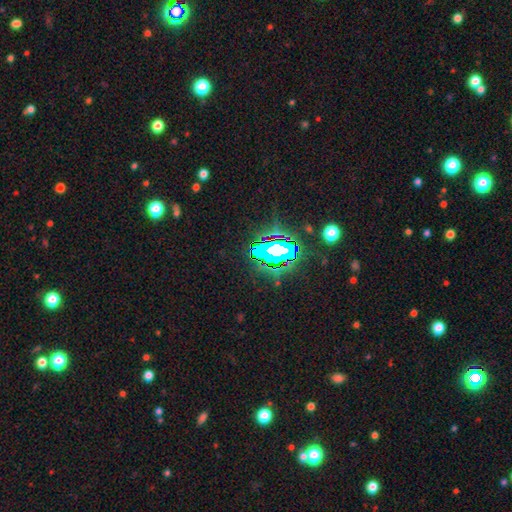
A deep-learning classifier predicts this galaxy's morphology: Q: Smooth or featured?
A: star or artifact (74%); runner-up: smooth (14%)